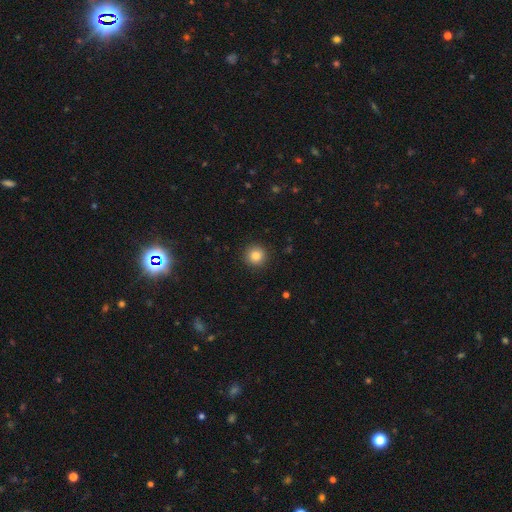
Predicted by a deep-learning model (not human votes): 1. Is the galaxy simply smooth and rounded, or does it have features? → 84% smooth, 10% star or artifact, 5% featured or disk.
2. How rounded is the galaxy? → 94% round, 5% in between, 1% cigar-shaped.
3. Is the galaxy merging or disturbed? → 92% none, 5% minor disturbance, 2% major disturbance, 1% merger.